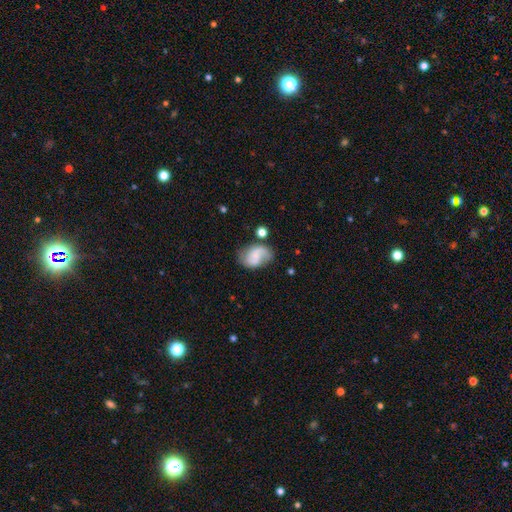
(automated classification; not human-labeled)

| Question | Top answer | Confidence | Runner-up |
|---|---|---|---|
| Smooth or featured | featured or disk | 56% | smooth (36%) |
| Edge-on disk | no | 98% | yes (2%) |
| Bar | no | 48% | weak (40%) |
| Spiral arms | yes | 88% | no (12%) |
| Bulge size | none | 45% | small (35%) |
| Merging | none | 57% | minor disturbance (25%) |